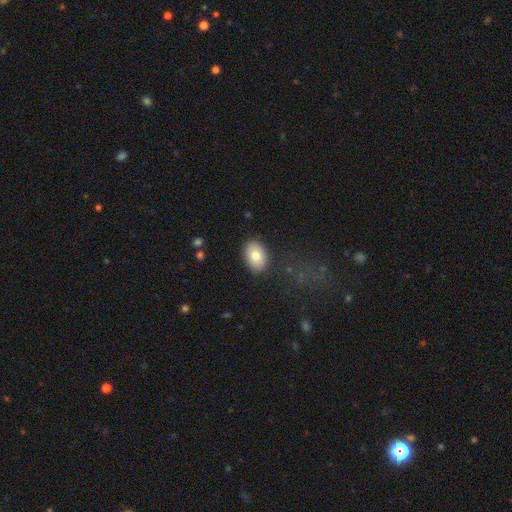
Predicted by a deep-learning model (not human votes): smooth_or_featured: smooth (p=0.81) [alt: featured or disk p=0.11]
how_rounded: in between (p=0.84) [alt: round p=0.15]
merging: none (p=0.87) [alt: minor disturbance p=0.09]